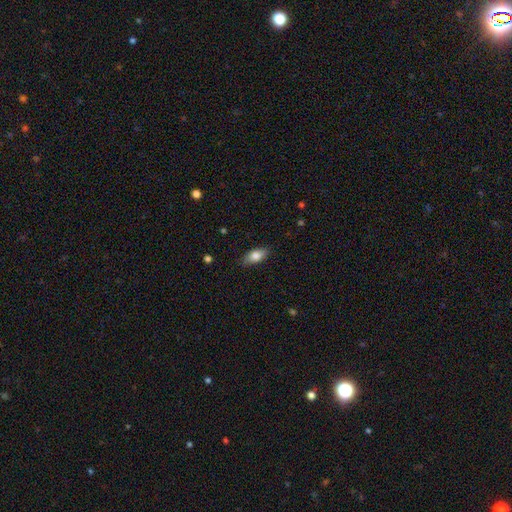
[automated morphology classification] Overall: smooth (79%). How rounded: in between (86%). Merging: none (85%).